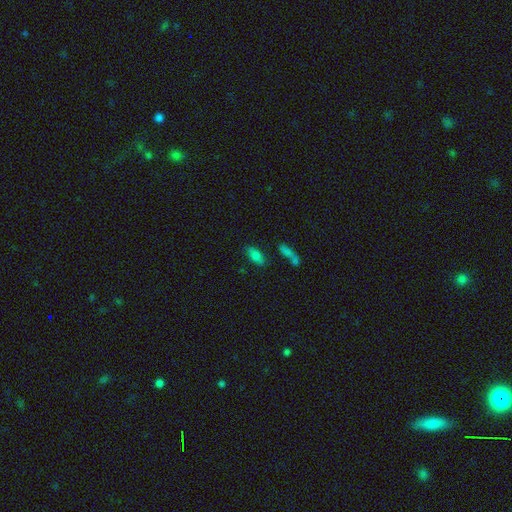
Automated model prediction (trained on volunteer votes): Smooth or featured? smooth (74%)
How rounded? in between (83%)
Merging? none (71%)